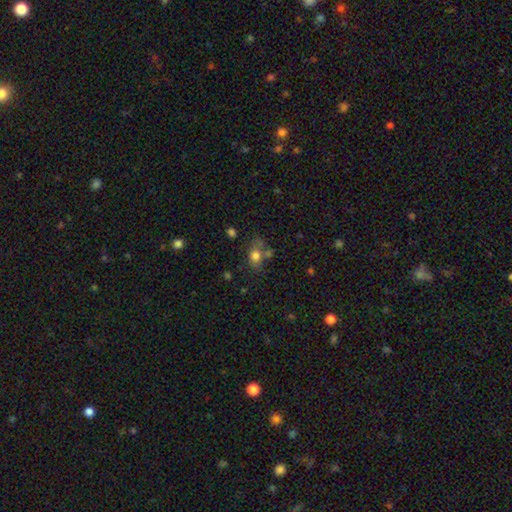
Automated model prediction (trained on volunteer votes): Smooth or featured? Predicted: smooth (p=0.75). How rounded? Predicted: in between (p=0.61). Merging? Predicted: none (p=0.49).